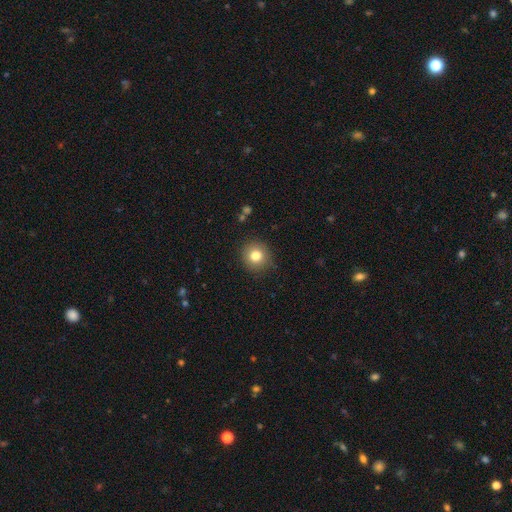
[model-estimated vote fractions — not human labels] A smooth galaxy with no disk features (80%) that is round (92%). Merging: none (88%).